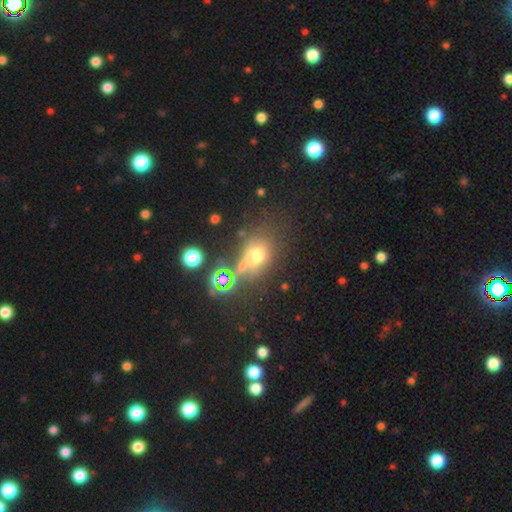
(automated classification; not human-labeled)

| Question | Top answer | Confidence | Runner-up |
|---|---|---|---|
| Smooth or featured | smooth | 52% | star or artifact (31%) |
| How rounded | round | 50% | in between (47%) |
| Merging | none | 47% | merger (27%) |